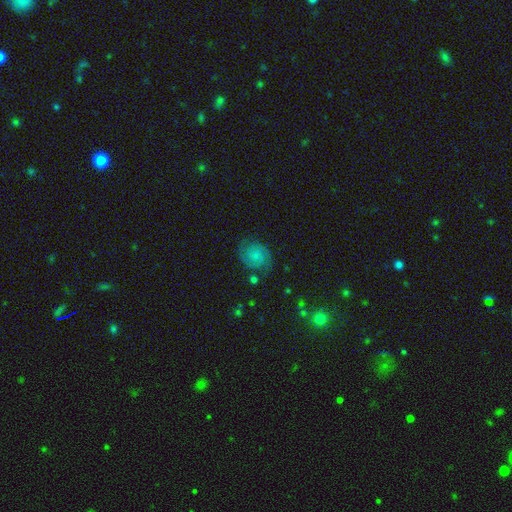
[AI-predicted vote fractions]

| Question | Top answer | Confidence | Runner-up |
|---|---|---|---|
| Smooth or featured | smooth | 47% | featured or disk (42%) |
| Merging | none | 70% | minor disturbance (20%) |